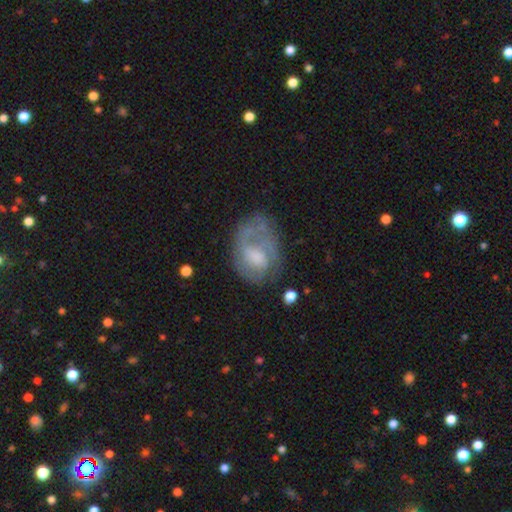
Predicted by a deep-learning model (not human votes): smooth_or_featured: featured or disk (p=0.60) [alt: smooth p=0.33]
disk_edge_on: no (p=0.97) [alt: yes p=0.03]
bar: no (p=0.59) [alt: weak p=0.34]
has_spiral_arms: yes (p=0.66) [alt: no p=0.34]
bulge_size: moderate (p=0.34) [alt: none p=0.26]
merging: none (p=0.44) [alt: major disturbance p=0.27]